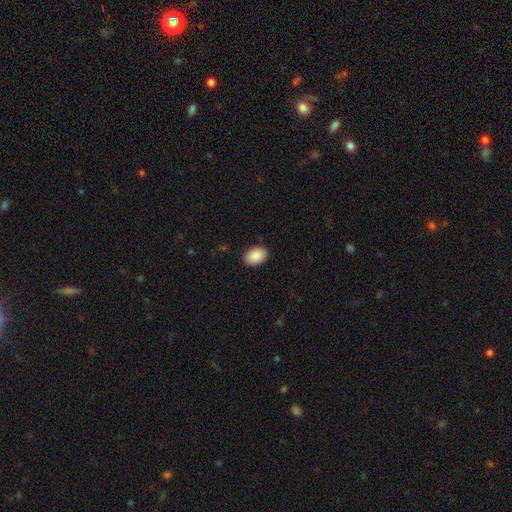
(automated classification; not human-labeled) Overall: smooth (90%). How rounded: in between (86%). Merging: none (88%).